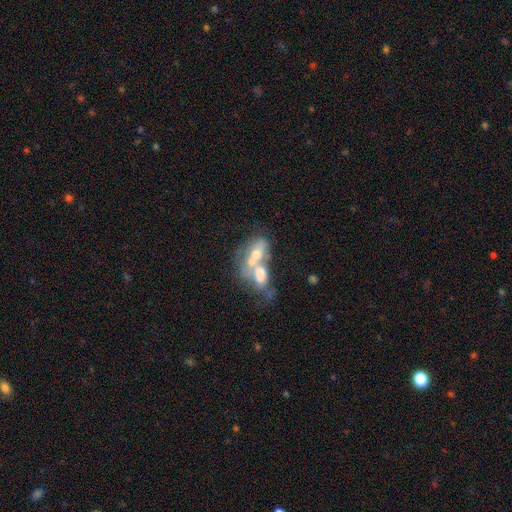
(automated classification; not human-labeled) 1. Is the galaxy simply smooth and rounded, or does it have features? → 47% featured or disk, 41% smooth, 12% star or artifact.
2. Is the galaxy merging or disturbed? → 71% merger, 13% none, 10% major disturbance, 7% minor disturbance.